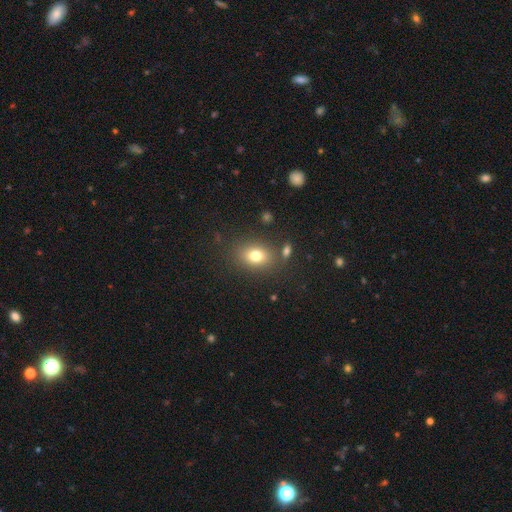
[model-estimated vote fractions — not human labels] This appears to be a smooth galaxy with no disk features (77%) that is in between round and cigar-shaped (66%). Merging: none (79%).